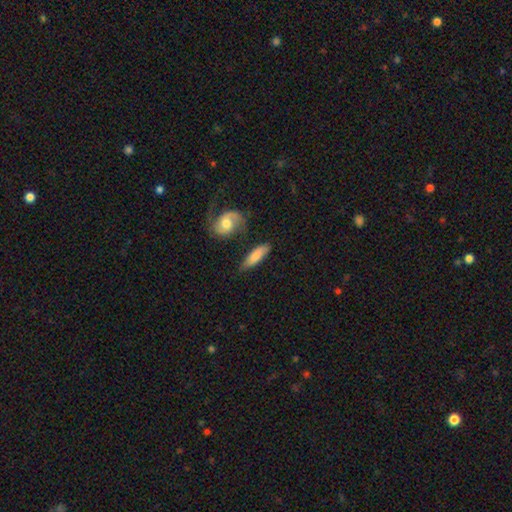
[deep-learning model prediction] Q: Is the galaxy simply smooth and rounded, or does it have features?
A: smooth — 73%.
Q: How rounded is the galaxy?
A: in between — 49%.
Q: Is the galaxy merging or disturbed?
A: none — 66%.